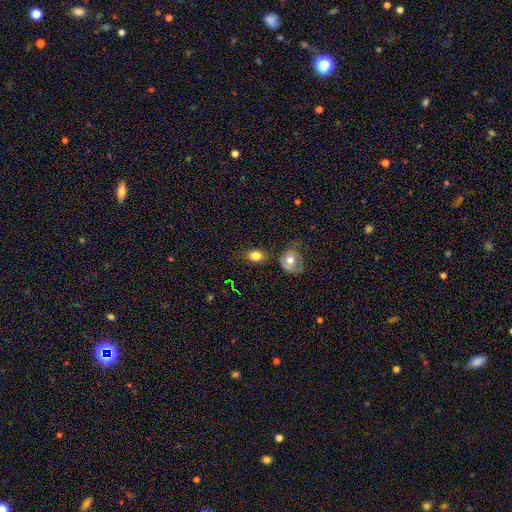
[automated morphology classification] Smooth or featured: smooth — 80% (featured or disk — 11%)
How rounded: in between — 70% (round — 28%)
Merging: none — 66% (minor disturbance — 18%)